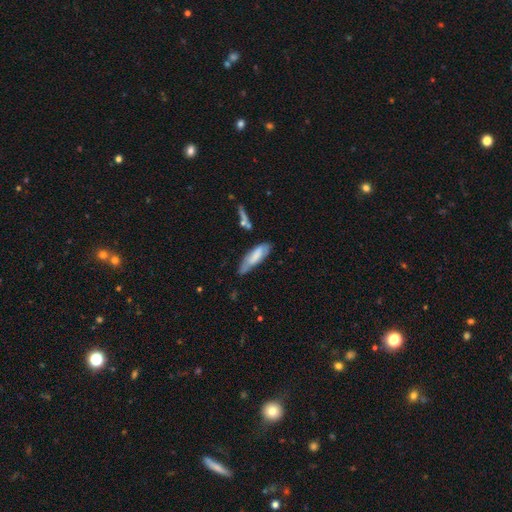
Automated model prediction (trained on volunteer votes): smooth 65%, featured or disk 29%, star or artifact 7%. Down the decision tree: how rounded — in between (51%); merging — none (49%).